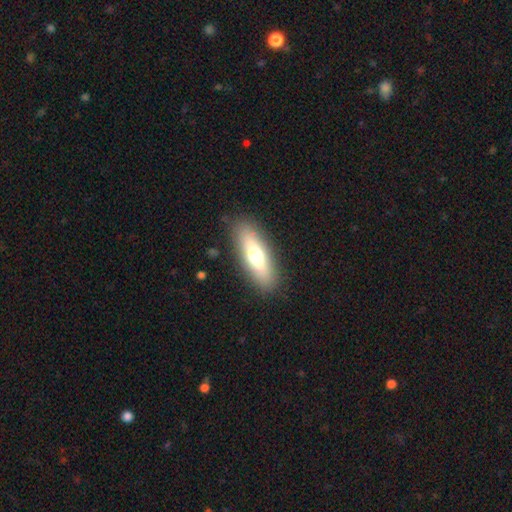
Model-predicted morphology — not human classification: Smooth or featured? Predicted: smooth (p=0.62). How rounded? Predicted: in between (p=0.53). Merging? Predicted: none (p=0.87).